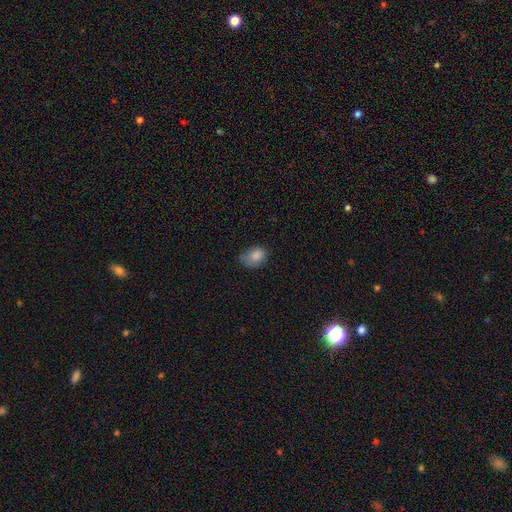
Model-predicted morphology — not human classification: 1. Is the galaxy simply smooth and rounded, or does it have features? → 83% smooth, 9% star or artifact, 8% featured or disk.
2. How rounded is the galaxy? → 72% in between, 27% round, 1% cigar-shaped.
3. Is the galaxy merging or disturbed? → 44% none, 39% minor disturbance, 15% major disturbance, 2% merger.